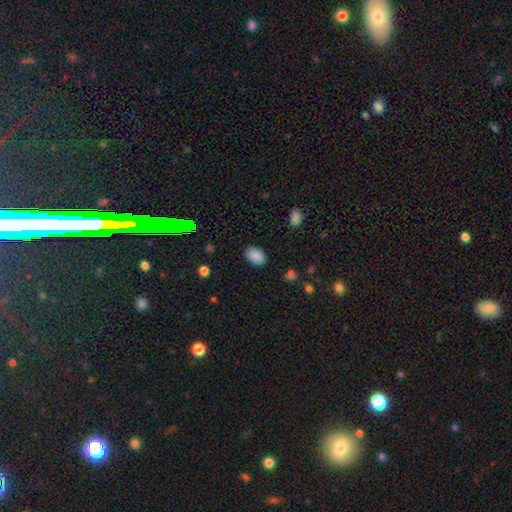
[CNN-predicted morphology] smooth-or-featured: smooth: 87% | star or artifact: 9% | featured or disk: 4%
  how-rounded: in between: 81% | round: 18% | cigar-shaped: 1%
  merging: none: 87% | minor disturbance: 9% | major disturbance: 2% | merger: 1%